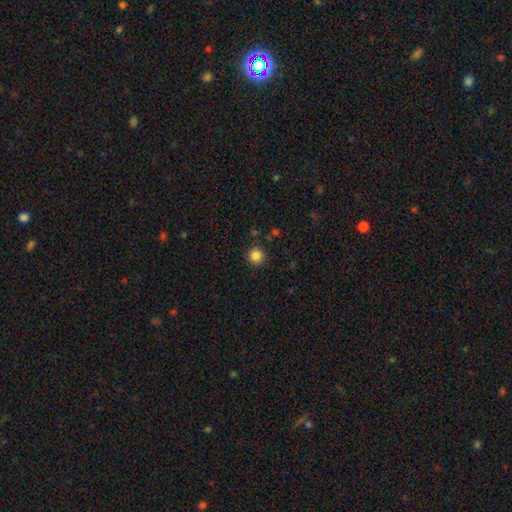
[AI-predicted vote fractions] Smooth or featured?
  - smooth: 85% *
  - star or artifact: 11%
  - featured or disk: 4%
How rounded?
  - round: 95% *
  - in between: 4%
  - cigar-shaped: 1%
Merging?
  - none: 89% *
  - minor disturbance: 7%
  - major disturbance: 2%
  - merger: 2%